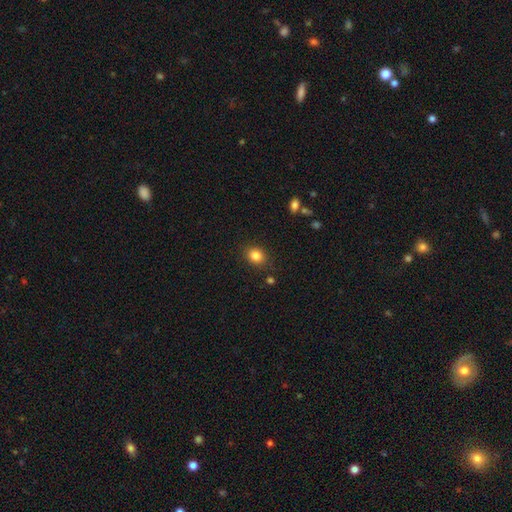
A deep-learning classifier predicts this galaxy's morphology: This is clearly a smooth galaxy (84%). How rounded: possibly round (56%). Merging: clearly none (85%).